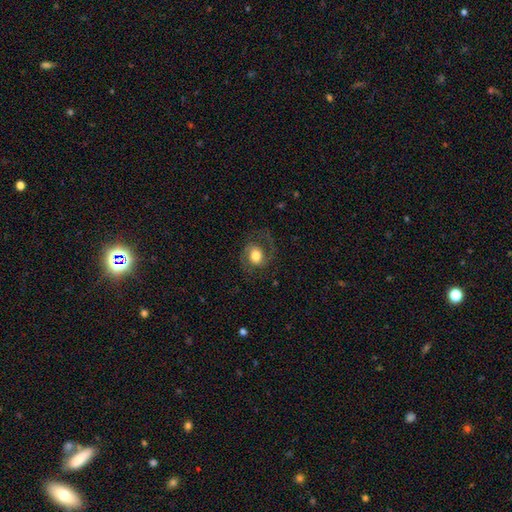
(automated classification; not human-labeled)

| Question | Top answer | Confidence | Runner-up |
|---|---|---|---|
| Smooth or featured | featured or disk | 52% | smooth (40%) |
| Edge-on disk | no | 97% | yes (3%) |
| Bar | no | 65% | weak (27%) |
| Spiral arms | yes | 83% | no (17%) |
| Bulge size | moderate | 51% | large (36%) |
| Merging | none | 69% | minor disturbance (16%) |